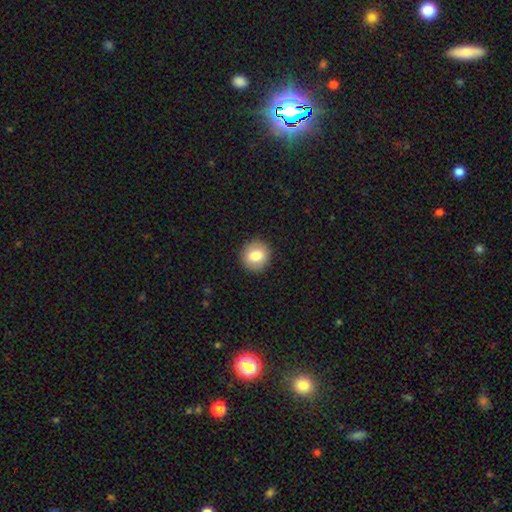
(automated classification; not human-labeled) This appears to be a smooth galaxy with no disk features (81%) that is round (88%). Merging: none (91%).